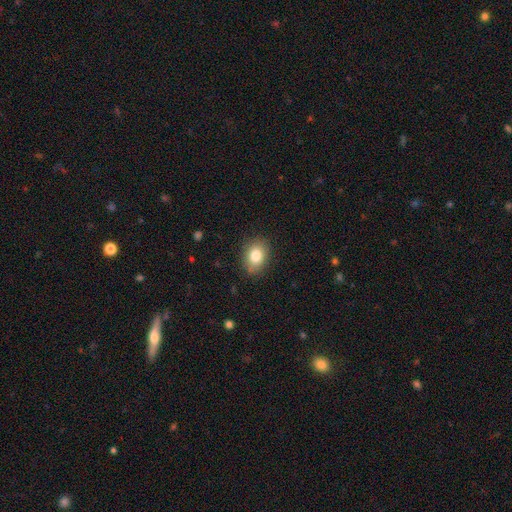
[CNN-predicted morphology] smooth-or-featured: smooth: 83% | featured or disk: 9% | star or artifact: 8%
  how-rounded: in between: 71% | round: 27% | cigar-shaped: 1%
  merging: none: 85% | minor disturbance: 11% | major disturbance: 3% | merger: 1%